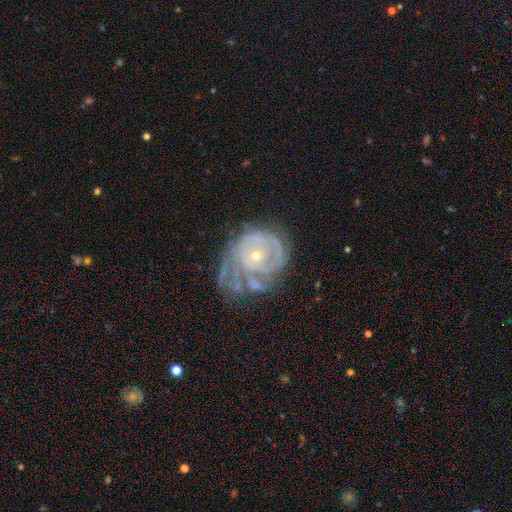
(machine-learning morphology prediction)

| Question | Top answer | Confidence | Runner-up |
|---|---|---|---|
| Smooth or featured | featured or disk | 82% | smooth (11%) |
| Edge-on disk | no | 97% | yes (3%) |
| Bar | no | 79% | weak (17%) |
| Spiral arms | yes | 86% | no (14%) |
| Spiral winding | tight | 72% | medium (22%) |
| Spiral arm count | can't tell | 43% | 3 (18%) |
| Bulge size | small | 69% | moderate (28%) |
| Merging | none | 40% | minor disturbance (27%) |